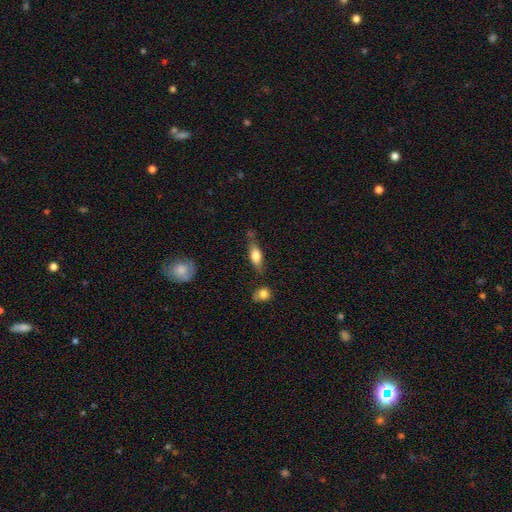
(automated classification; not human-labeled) Morphology: type=smooth (65%); roundness=in between (61%); merging=none (64%).